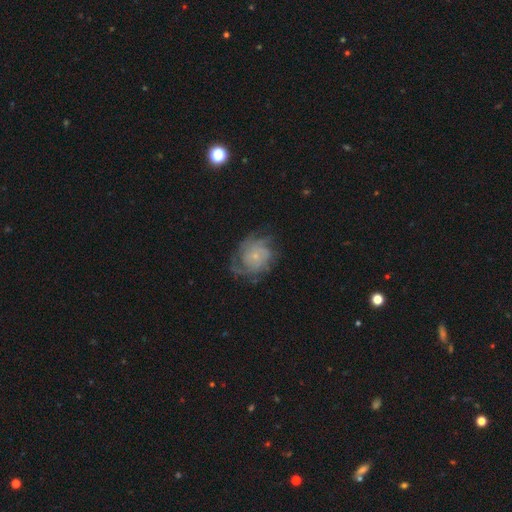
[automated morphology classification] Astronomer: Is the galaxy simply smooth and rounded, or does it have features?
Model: featured or disk — 72%.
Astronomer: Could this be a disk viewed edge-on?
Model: no — 98%.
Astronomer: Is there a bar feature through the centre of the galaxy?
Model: no — 81%.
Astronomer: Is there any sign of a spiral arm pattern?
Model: yes — 89%.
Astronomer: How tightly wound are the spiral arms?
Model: tight — 51% (runner-up: medium, 35%).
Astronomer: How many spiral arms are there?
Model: can't tell — 39% (runner-up: 3, 19%).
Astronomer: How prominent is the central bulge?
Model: small — 78%.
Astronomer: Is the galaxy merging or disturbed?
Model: none — 64%.